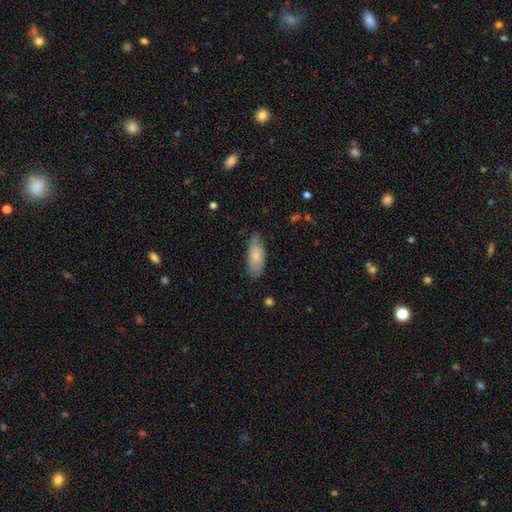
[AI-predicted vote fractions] Q: Smooth or featured?
A: smooth (77%); runner-up: featured or disk (18%)
Q: How rounded?
A: in between (78%); runner-up: cigar-shaped (20%)
Q: Merging?
A: none (77%); runner-up: minor disturbance (19%)